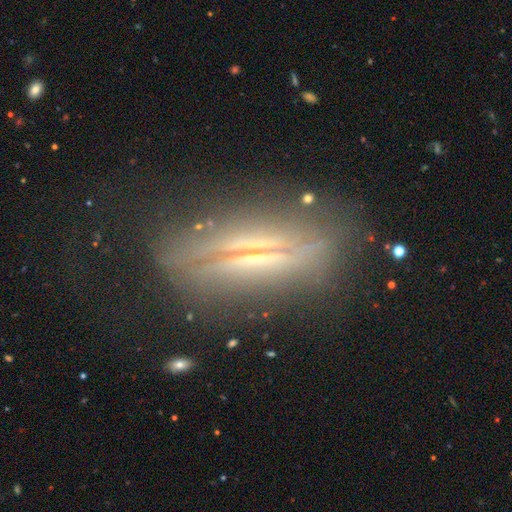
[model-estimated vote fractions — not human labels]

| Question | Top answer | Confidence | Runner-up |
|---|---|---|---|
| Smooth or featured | featured or disk | 73% | smooth (16%) |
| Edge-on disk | yes | 85% | no (15%) |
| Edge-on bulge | rounded | 53% | none (33%) |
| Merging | none | 70% | minor disturbance (16%) |